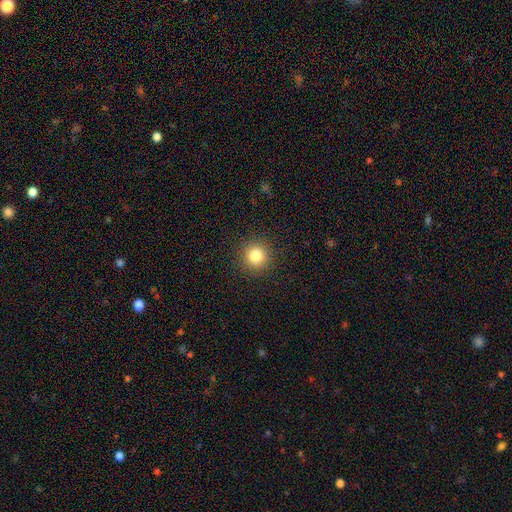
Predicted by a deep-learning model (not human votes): smooth_or_featured: smooth (p=0.83) [alt: star or artifact p=0.12]
how_rounded: round (p=0.94) [alt: in between p=0.05]
merging: none (p=0.92) [alt: minor disturbance p=0.05]